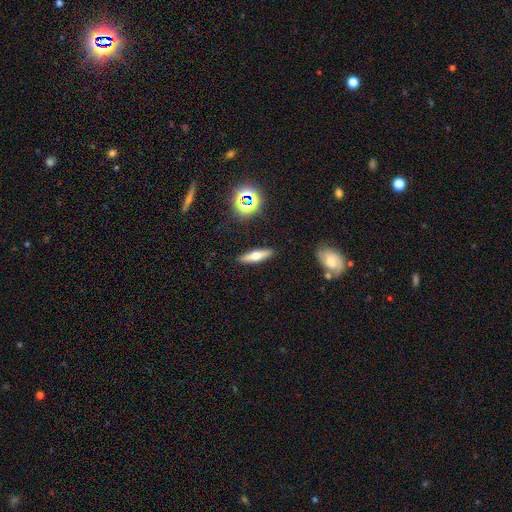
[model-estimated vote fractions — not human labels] A smooth galaxy with no disk features (48%). Merging: none (89%).